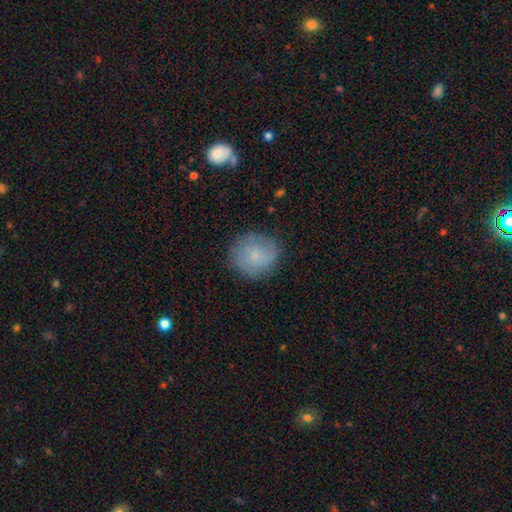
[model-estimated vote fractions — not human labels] Smooth or featured: smooth — 64% (featured or disk — 28%)
How rounded: round — 85% (in between — 14%)
Merging: none — 77% (minor disturbance — 17%)